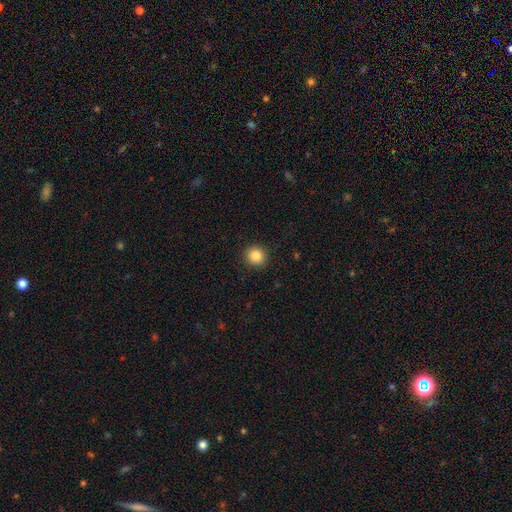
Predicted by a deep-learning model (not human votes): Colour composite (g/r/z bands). It shows a smooth galaxy with no disk features (86%) that is round (92%). Merging: none (92%).